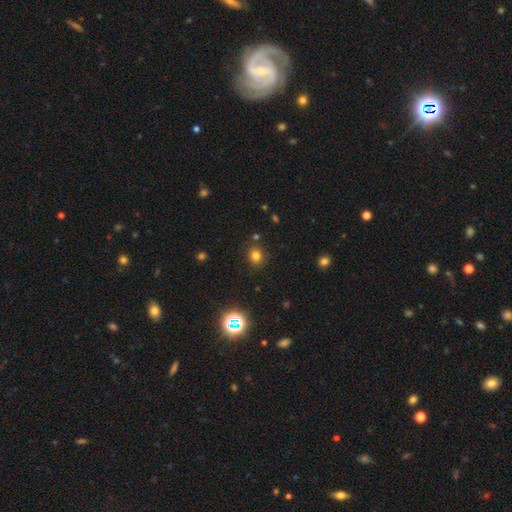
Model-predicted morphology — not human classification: smooth 76%, star or artifact 18%, featured or disk 6%. Down the decision tree: how rounded — round (78%); merging — none (85%).